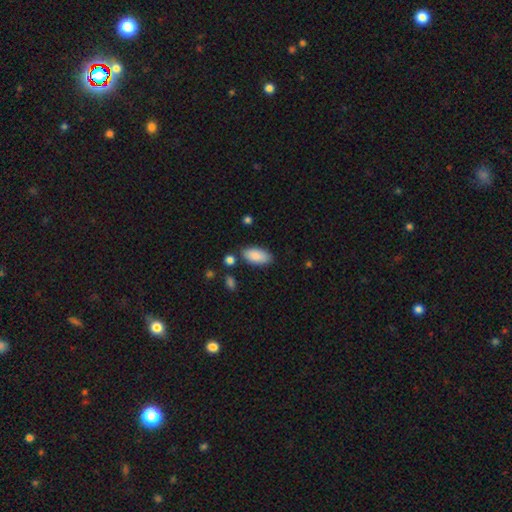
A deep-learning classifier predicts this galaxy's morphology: A smooth galaxy with no disk features (88%) that is in between round and cigar-shaped (92%).

Vote fractions:
- Smooth or featured? smooth: 88% / star or artifact: 6% / featured or disk: 6%
- How rounded? in between: 92% / cigar-shaped: 6% / round: 2%
- Merging? none: 80% / minor disturbance: 12% / merger: 5% / major disturbance: 3%